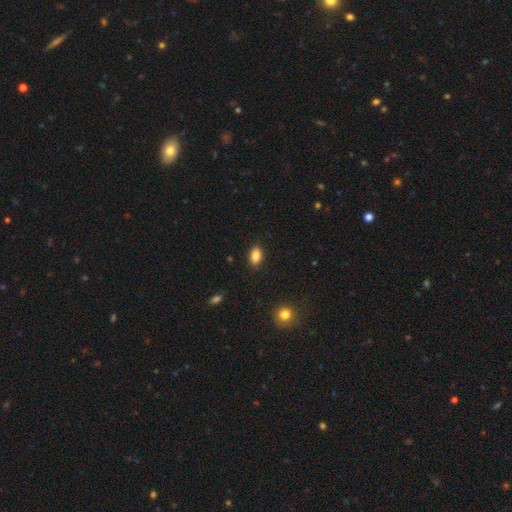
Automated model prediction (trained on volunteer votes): Smooth or featured? Predicted: smooth (p=0.86). How rounded? Predicted: in between (p=0.89). Merging? Predicted: none (p=0.87).